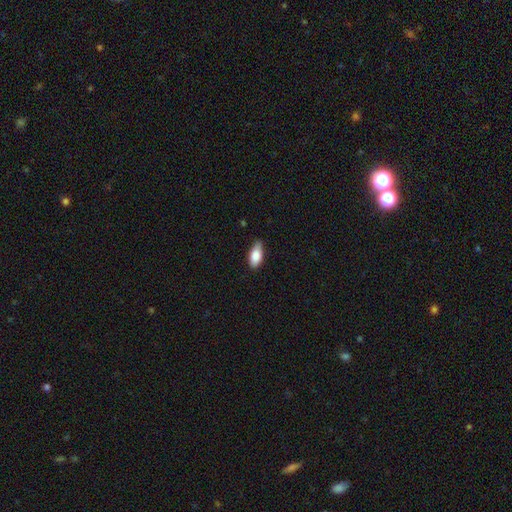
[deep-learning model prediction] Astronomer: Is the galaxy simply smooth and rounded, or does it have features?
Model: smooth — 83%.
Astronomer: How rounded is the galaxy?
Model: in between — 88%.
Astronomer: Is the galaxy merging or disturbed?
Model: none — 71%.